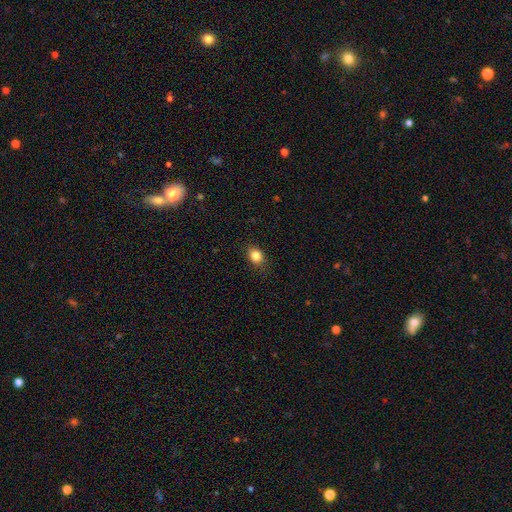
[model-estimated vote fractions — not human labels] This appears to be a smooth galaxy with no disk features (83%) that is in between round and cigar-shaped (52%). Merging: none (85%).